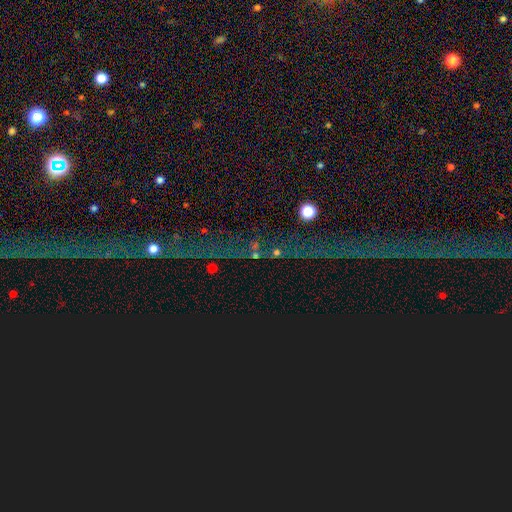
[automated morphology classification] smooth-or-featured: star or artifact: 72% | smooth: 15% | featured or disk: 13%